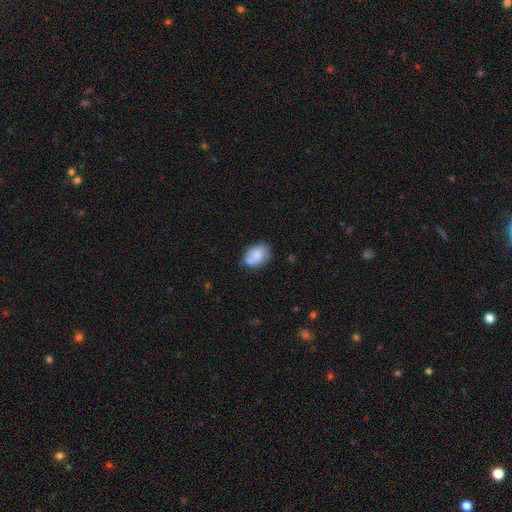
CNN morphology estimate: Smooth or featured?
  - smooth: 77% *
  - featured or disk: 15%
  - star or artifact: 8%
How rounded?
  - in between: 73% *
  - round: 26%
  - cigar-shaped: 1%
Merging?
  - none: 54% *
  - merger: 22%
  - minor disturbance: 19%
  - major disturbance: 5%